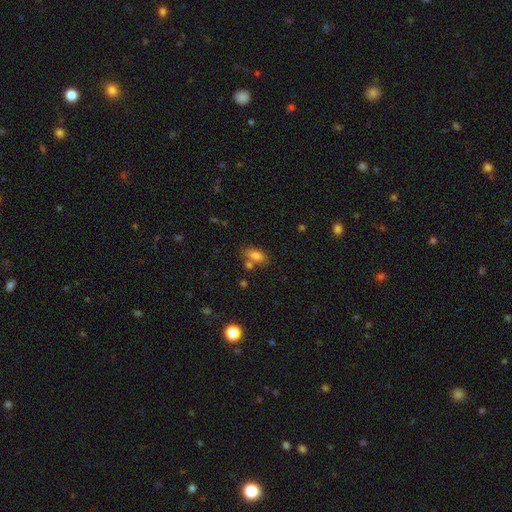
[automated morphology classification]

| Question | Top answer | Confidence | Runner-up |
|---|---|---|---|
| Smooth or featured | smooth | 79% | featured or disk (10%) |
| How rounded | in between | 86% | round (7%) |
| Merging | none | 63% | merger (17%) |